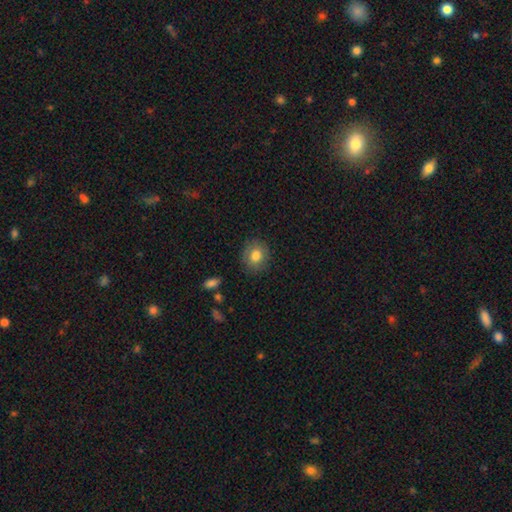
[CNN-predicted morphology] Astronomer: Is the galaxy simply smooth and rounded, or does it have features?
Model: smooth — 80%.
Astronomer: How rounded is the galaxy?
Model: round — 71%.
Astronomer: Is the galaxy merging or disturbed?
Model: none — 86%.